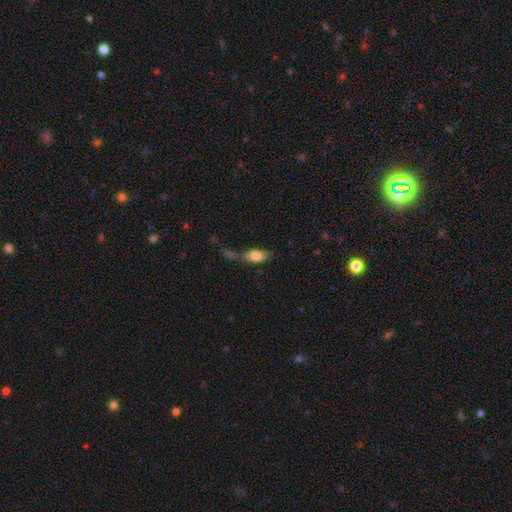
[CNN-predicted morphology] smooth 78%, featured or disk 14%, star or artifact 8%. Down the decision tree: how rounded — in between (84%); merging — none (36%).